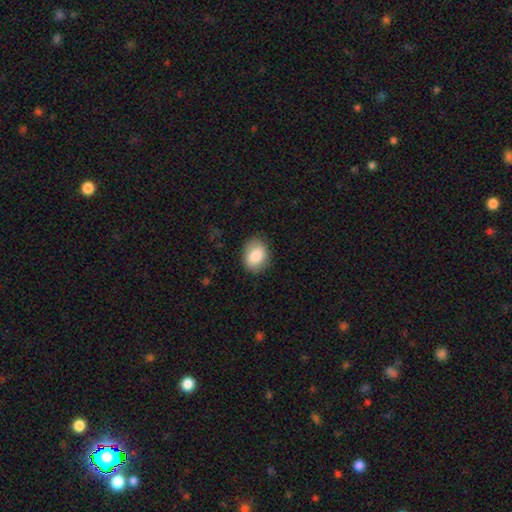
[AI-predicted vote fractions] smooth 85%, featured or disk 8%, star or artifact 7%. Down the decision tree: how rounded — in between (69%); merging — none (84%).